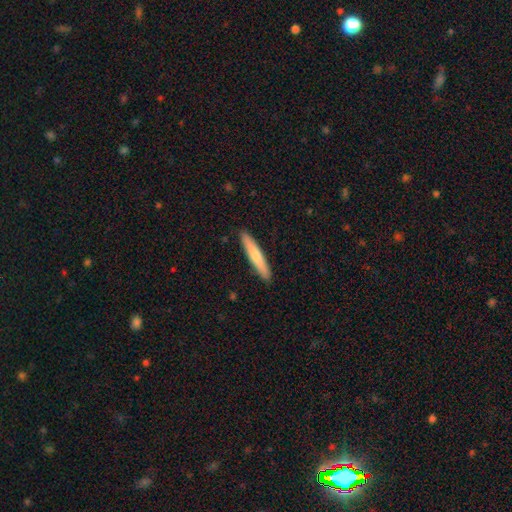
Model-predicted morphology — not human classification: A smooth galaxy with no disk features (68%) that is cigar-shaped (92%). Merging: none (91%).